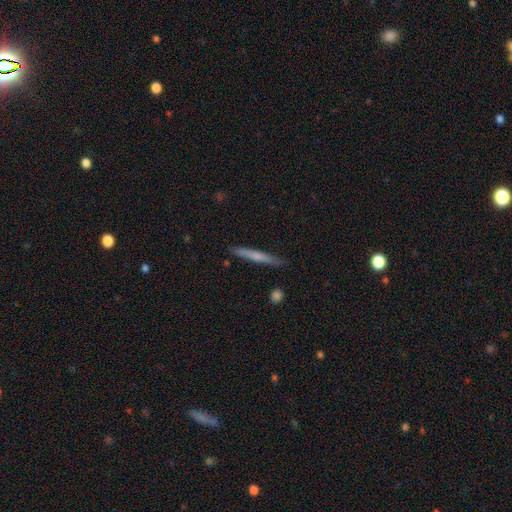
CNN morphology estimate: Smooth or featured? Predicted: smooth (p=0.57). How rounded? Predicted: cigar-shaped (p=0.95). Merging? Predicted: none (p=0.87).